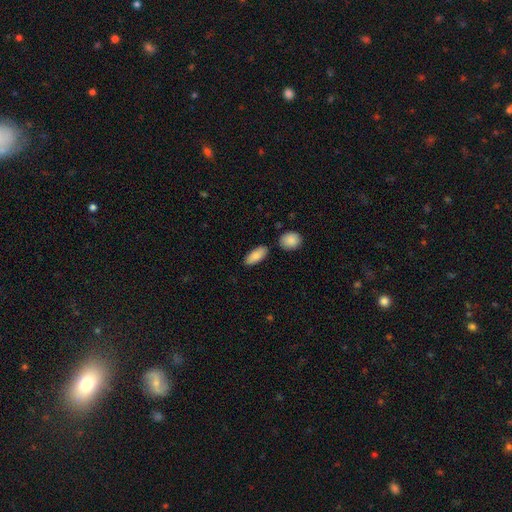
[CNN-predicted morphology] Smooth or featured? Predicted: smooth (p=0.86). How rounded? Predicted: in between (p=0.85). Merging? Predicted: none (p=0.81).